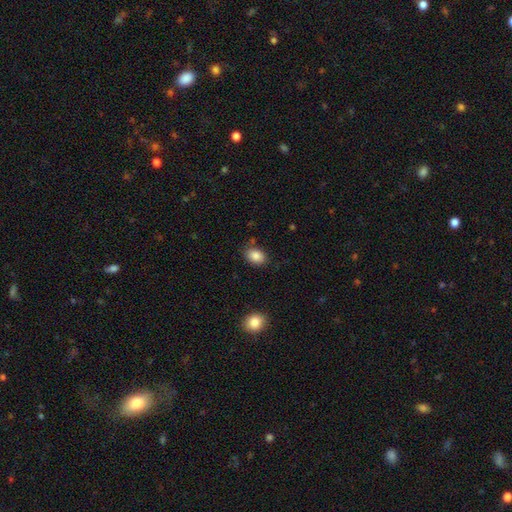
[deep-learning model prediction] This appears to be a smooth galaxy with no disk features (87%) that is in between round and cigar-shaped (72%). Merging: none (80%).